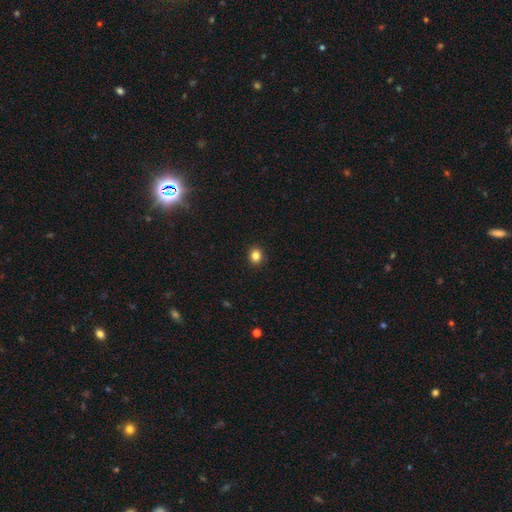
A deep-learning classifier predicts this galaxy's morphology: smooth_or_featured: smooth (p=0.84) [alt: star or artifact p=0.11]
how_rounded: round (p=0.73) [alt: in between p=0.26]
merging: none (p=0.91) [alt: minor disturbance p=0.06]